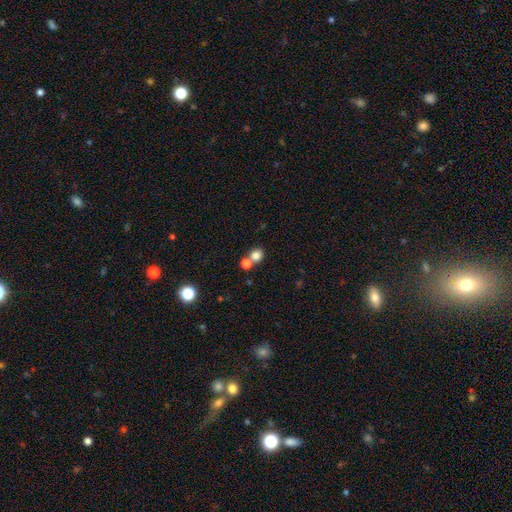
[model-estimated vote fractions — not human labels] smooth-or-featured: smooth: 80% | star or artifact: 13% | featured or disk: 7%
  how-rounded: round: 75% | in between: 24% | cigar-shaped: 1%
  merging: none: 56% | merger: 34% | minor disturbance: 8% | major disturbance: 3%